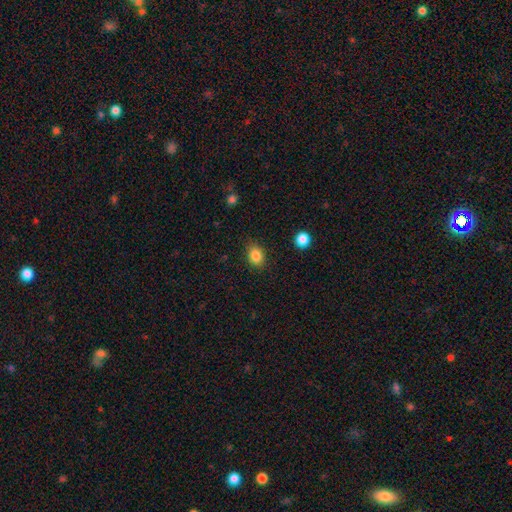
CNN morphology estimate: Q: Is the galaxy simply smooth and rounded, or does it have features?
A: smooth — 85%.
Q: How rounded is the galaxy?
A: in between — 58%.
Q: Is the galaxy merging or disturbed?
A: none — 83%.